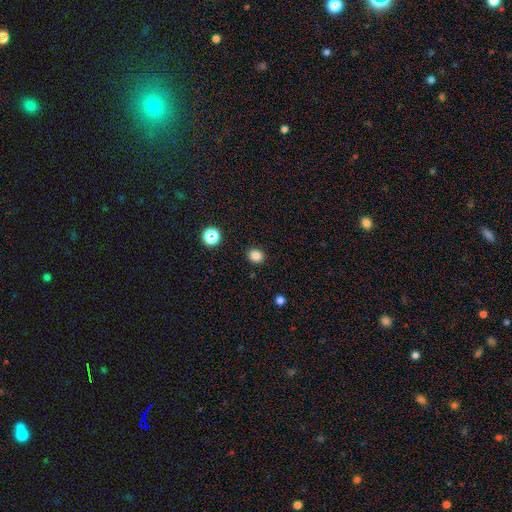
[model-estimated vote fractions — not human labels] Smooth or featured? Predicted: smooth (p=0.83). How rounded? Predicted: round (p=0.77). Merging? Predicted: none (p=0.90).